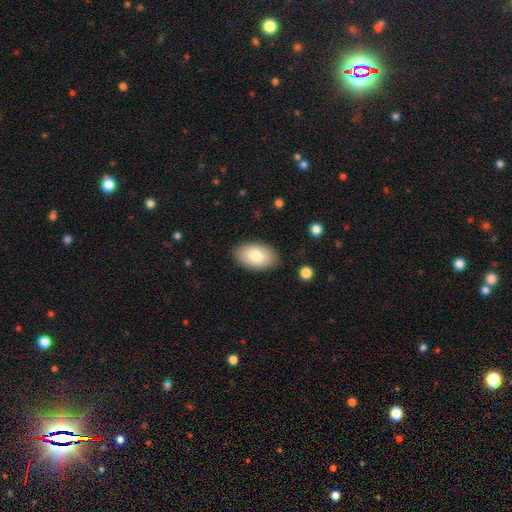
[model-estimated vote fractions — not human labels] This is clearly a smooth galaxy (80%). How rounded: clearly in between (93%). Merging: clearly none (85%).